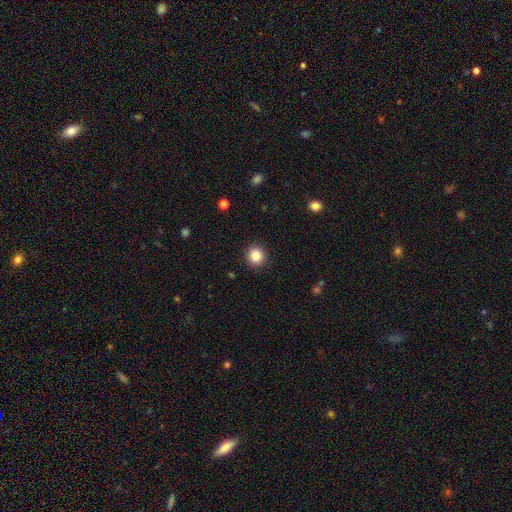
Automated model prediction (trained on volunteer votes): Q: Smooth or featured?
A: smooth (85%); runner-up: star or artifact (10%)
Q: How rounded?
A: round (91%); runner-up: in between (8%)
Q: Merging?
A: none (92%); runner-up: minor disturbance (5%)